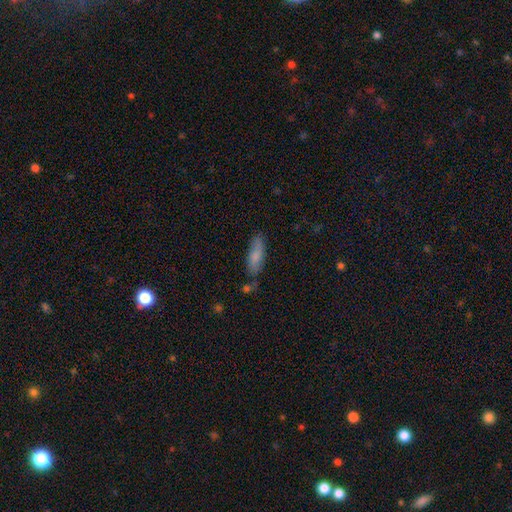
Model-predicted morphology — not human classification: A smooth galaxy with no disk features (79%) that is in between round and cigar-shaped (57%).

Vote fractions:
- Smooth or featured? smooth: 79% / featured or disk: 15% / star or artifact: 6%
- How rounded? in between: 57% / cigar-shaped: 41% / round: 2%
- Merging? none: 66% / minor disturbance: 21% / merger: 8% / major disturbance: 5%